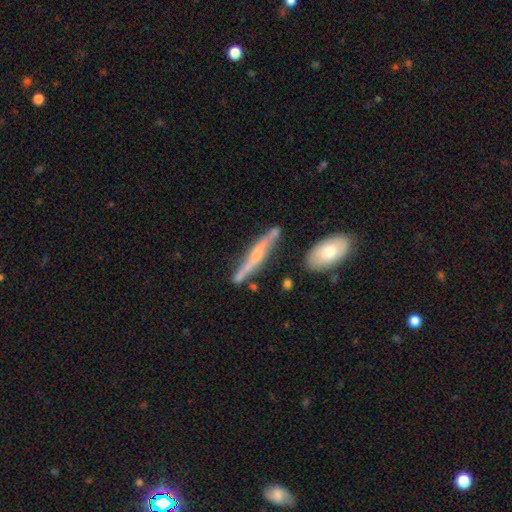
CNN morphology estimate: A featured or disk galaxy (62%) viewed edge-on (82%) with a rounded central bulge (53%).

Vote fractions:
- Smooth or featured? featured or disk: 62% / smooth: 30% / star or artifact: 8%
- Edge-on disk? yes: 82% / no: 18%
- Edge-on bulge? rounded: 53% / none: 34% / boxy: 13%
- Merging? none: 68% / minor disturbance: 19% / merger: 8% / major disturbance: 5%